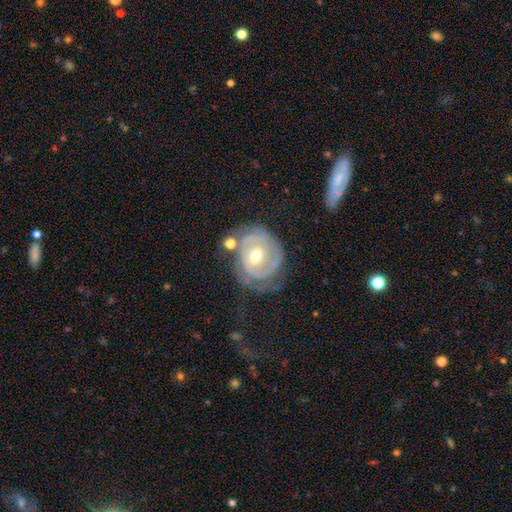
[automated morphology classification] Smooth or featured? Predicted: featured or disk (p=0.81). Edge-on disk? Predicted: no (p=0.97). Bar? Predicted: no (p=0.60). Spiral arms? Predicted: yes (p=0.89). Spiral winding? Predicted: tight (p=0.73). Spiral arm count? Predicted: can't tell (p=0.36). Bulge size? Predicted: moderate (p=0.66). Merging? Predicted: none (p=0.55).